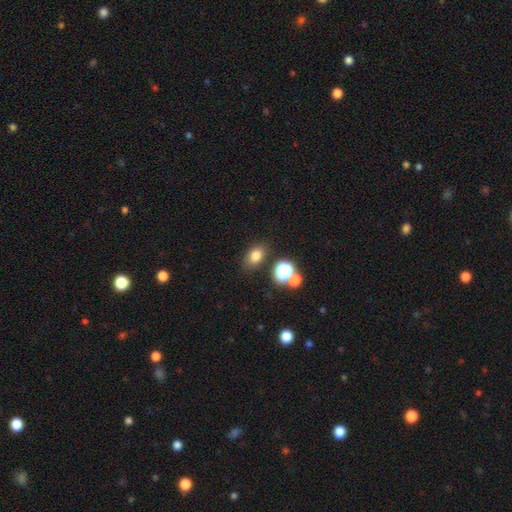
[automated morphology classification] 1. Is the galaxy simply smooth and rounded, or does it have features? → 77% smooth, 15% star or artifact, 8% featured or disk.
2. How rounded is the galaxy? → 73% in between, 26% round, 1% cigar-shaped.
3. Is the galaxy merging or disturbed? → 79% none, 11% minor disturbance, 6% merger, 4% major disturbance.